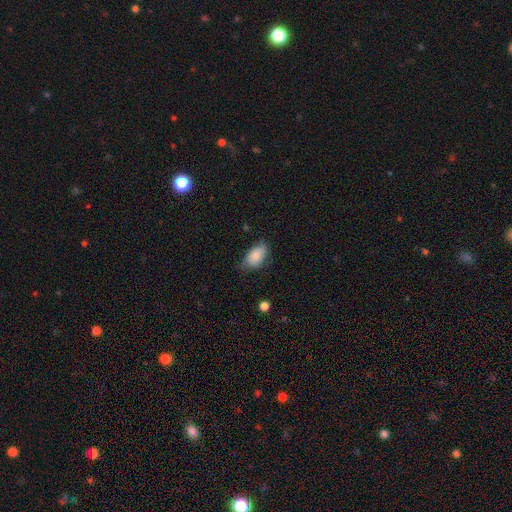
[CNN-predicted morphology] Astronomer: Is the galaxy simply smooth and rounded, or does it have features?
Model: smooth — 83%.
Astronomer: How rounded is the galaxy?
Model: in between — 92%.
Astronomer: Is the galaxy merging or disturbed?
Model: none — 60%.